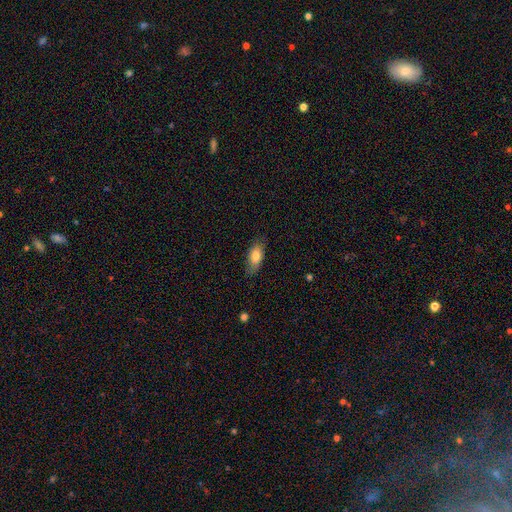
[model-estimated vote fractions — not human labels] Smooth or featured? smooth (78%)
How rounded? in between (83%)
Merging? none (78%)